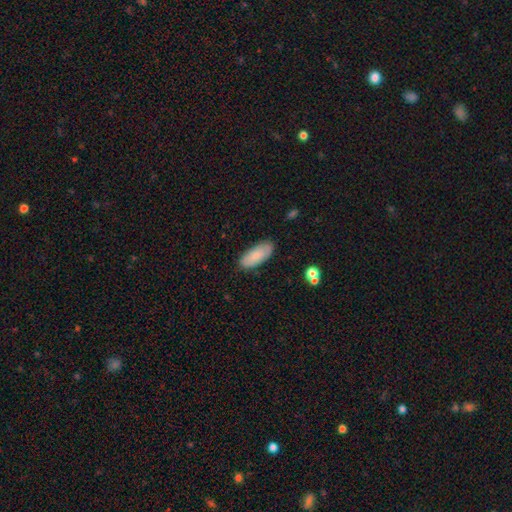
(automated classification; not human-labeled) Smooth or featured? smooth (81%)
How rounded? in between (83%)
Merging? none (85%)